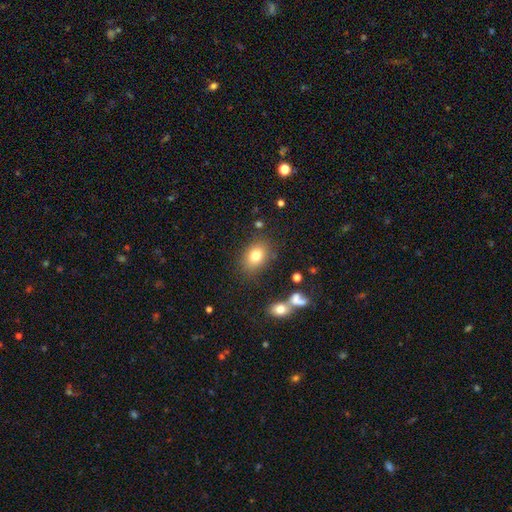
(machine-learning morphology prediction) Smooth or featured? smooth (79%)
How rounded? in between (66%)
Merging? none (79%)